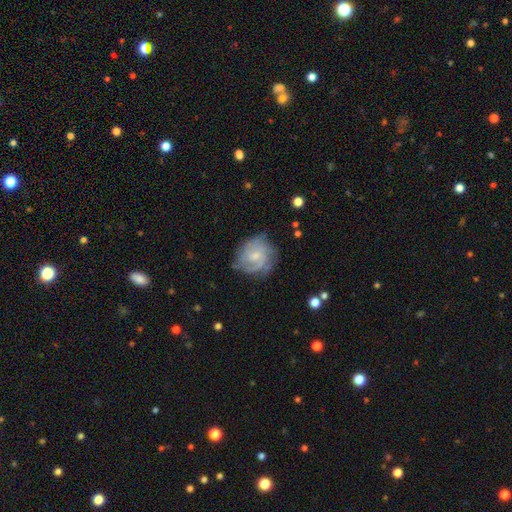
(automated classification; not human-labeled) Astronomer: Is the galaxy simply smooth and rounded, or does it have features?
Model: featured or disk — 67%.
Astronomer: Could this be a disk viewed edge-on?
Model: no — 98%.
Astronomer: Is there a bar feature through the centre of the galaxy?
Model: no — 49% (runner-up: weak, 45%).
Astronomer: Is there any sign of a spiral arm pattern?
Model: yes — 87%.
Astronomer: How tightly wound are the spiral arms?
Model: tight — 43% (runner-up: medium, 40%).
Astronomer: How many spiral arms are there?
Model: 2 — 38% (runner-up: can't tell, 31%).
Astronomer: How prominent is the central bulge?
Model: small — 49% (runner-up: moderate, 35%).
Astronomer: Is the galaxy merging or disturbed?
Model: none — 64%.